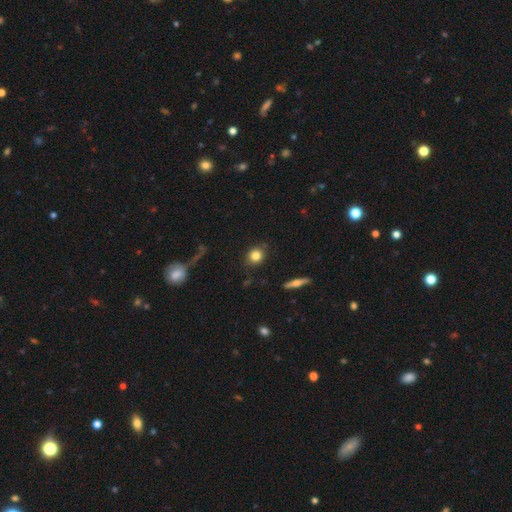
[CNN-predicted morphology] smooth 82%, star or artifact 10%, featured or disk 9%. Down the decision tree: how rounded — round (74%); merging — none (84%).